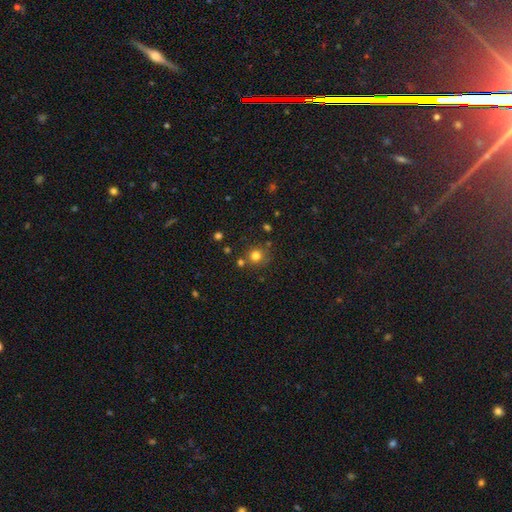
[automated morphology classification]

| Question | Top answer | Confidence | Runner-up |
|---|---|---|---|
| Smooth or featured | smooth | 78% | star or artifact (15%) |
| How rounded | round | 89% | in between (10%) |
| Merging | none | 72% | merger (13%) |